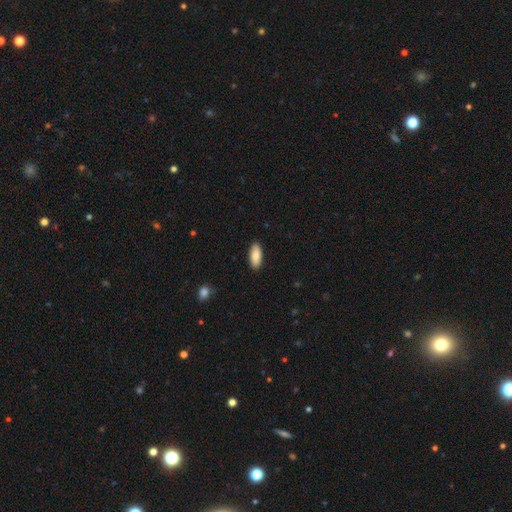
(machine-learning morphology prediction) Overall: smooth (87%). How rounded: in between (82%). Merging: none (90%).